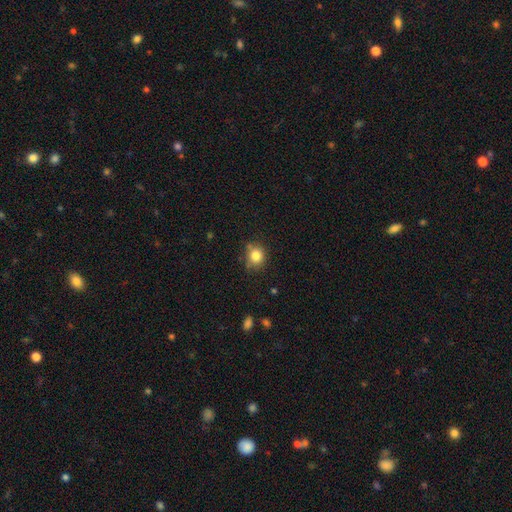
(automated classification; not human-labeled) Morphology: type=smooth (82%); roundness=round (81%); merging=none (73%).